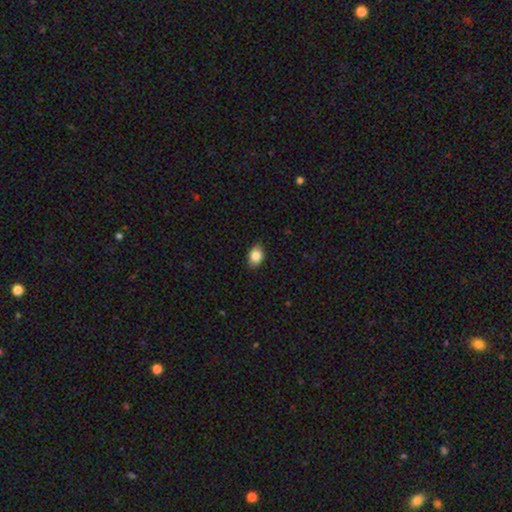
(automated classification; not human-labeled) smooth 85%, star or artifact 8%, featured or disk 7%. Down the decision tree: how rounded — in between (73%); merging — none (85%).